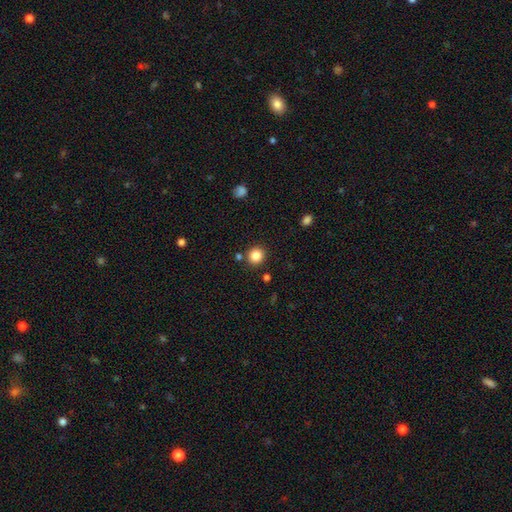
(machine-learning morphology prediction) This is clearly a smooth galaxy (85%). How rounded: clearly round (91%). Merging: clearly none (86%).